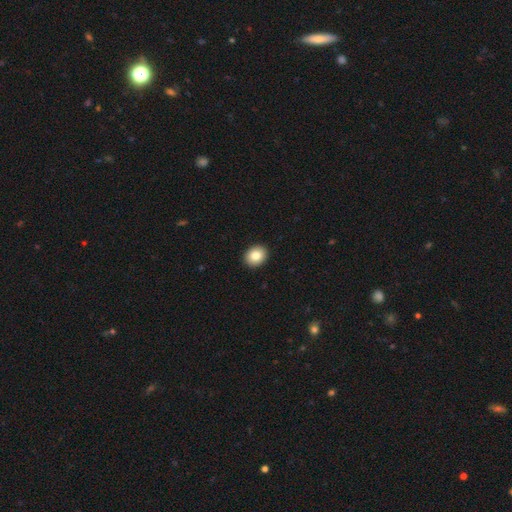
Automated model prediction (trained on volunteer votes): Smooth or featured? smooth (83%)
How rounded? round (56%)
Merging? none (93%)